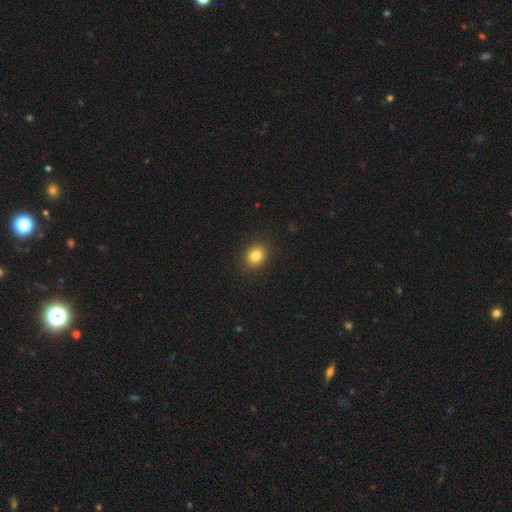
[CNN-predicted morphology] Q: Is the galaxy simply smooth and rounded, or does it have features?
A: smooth — 83%.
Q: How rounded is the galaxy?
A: round — 67%.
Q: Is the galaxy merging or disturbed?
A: none — 91%.